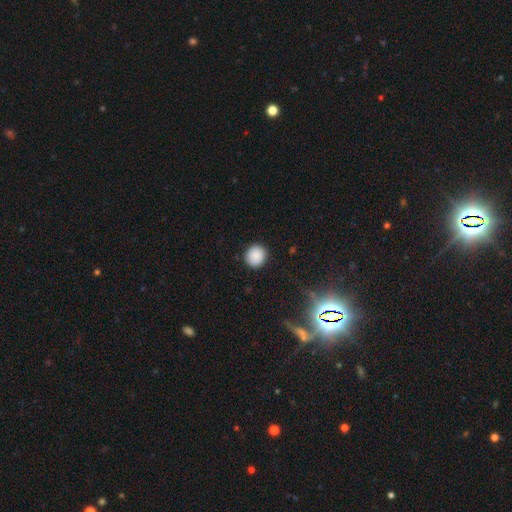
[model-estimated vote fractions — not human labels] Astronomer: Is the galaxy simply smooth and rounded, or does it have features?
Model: smooth — 87%.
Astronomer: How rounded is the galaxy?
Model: round — 92%.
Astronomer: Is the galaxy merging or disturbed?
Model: none — 91%.